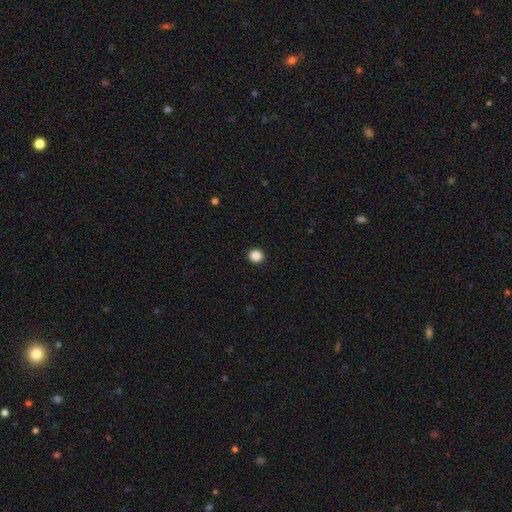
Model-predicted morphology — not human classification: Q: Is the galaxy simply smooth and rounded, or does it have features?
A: smooth — 87%.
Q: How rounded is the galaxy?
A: round — 92%.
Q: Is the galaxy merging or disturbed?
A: none — 94%.